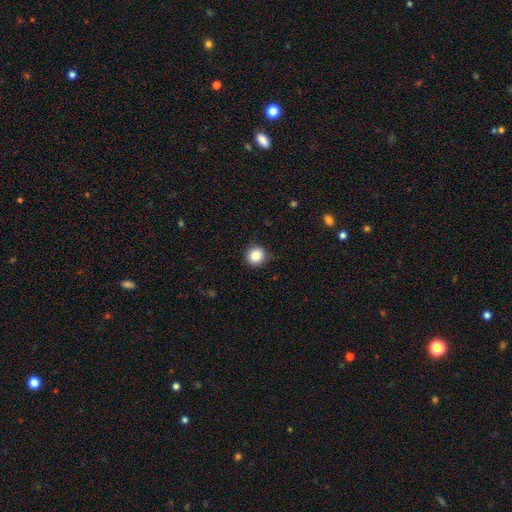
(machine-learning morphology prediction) A smooth galaxy with no disk features (86%) that is round (92%).

Vote fractions:
- Smooth or featured? smooth: 86% / star or artifact: 10% / featured or disk: 4%
- How rounded? round: 92% / in between: 7% / cigar-shaped: 1%
- Merging? none: 87% / minor disturbance: 10% / major disturbance: 2% / merger: 1%